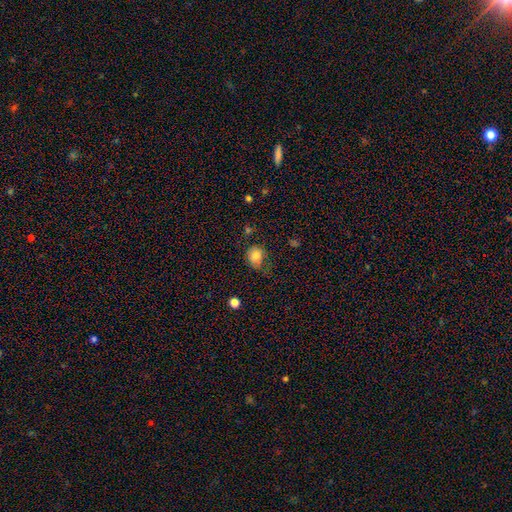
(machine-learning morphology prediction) This is clearly a smooth galaxy (80%). How rounded: possibly round (60%). Merging: possibly none (48%).